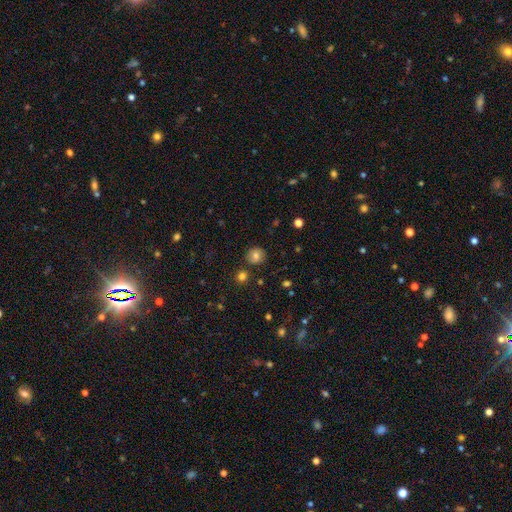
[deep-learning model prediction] Morphology: type=smooth (74%); roundness=round (88%); merging=none (85%).